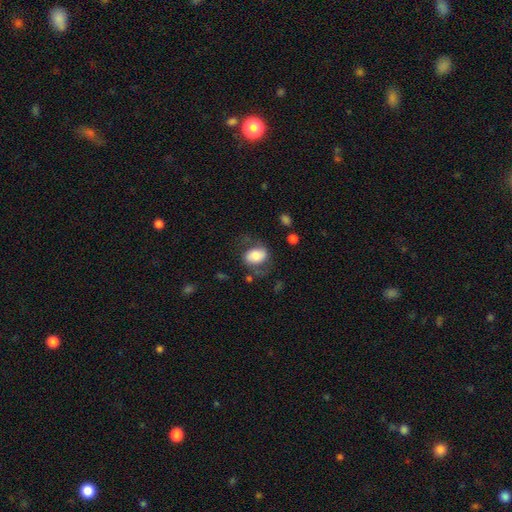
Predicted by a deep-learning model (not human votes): Morphology: type=smooth (61%); roundness=in between (73%); merging=none (56%).